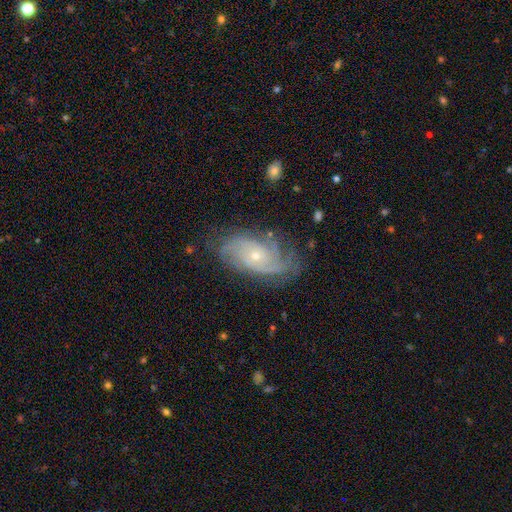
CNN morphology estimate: Q: Smooth or featured?
A: featured or disk (86%); runner-up: smooth (8%)
Q: Edge-on disk?
A: no (96%); runner-up: yes (4%)
Q: Bar?
A: no (74%); runner-up: weak (21%)
Q: Spiral arms?
A: yes (97%); runner-up: no (3%)
Q: Spiral winding?
A: tight (59%); runner-up: medium (33%)
Q: Spiral arm count?
A: 2 (25%); tied with: 3 (25%); can't tell (25%)
Q: Bulge size?
A: small (70%); runner-up: moderate (27%)
Q: Merging?
A: none (73%); runner-up: minor disturbance (19%)